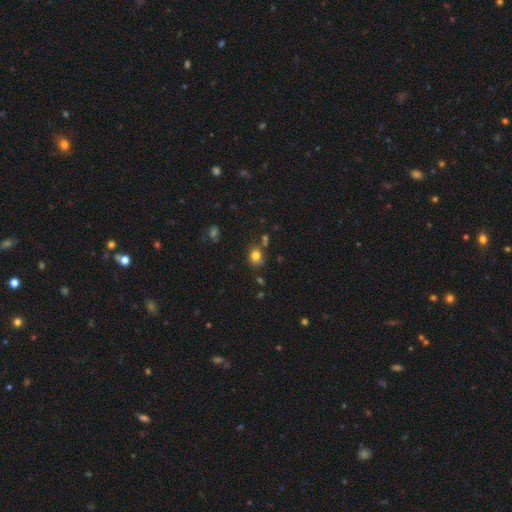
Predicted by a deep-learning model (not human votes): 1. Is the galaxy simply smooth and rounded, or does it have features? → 80% smooth, 13% star or artifact, 7% featured or disk.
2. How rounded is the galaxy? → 64% round, 35% in between, 1% cigar-shaped.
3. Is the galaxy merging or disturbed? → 68% none, 18% minor disturbance, 9% merger, 5% major disturbance.